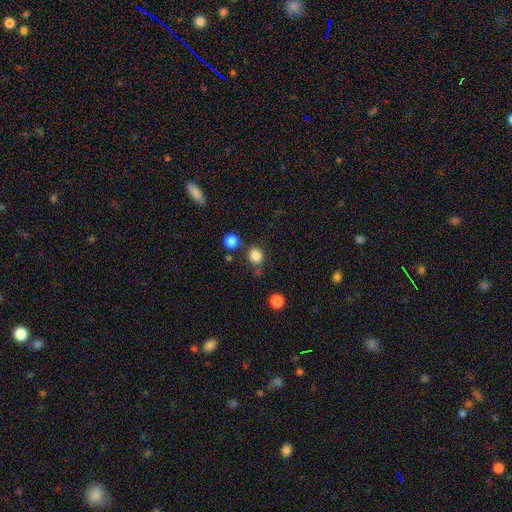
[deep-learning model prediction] This is clearly a smooth galaxy (84%). How rounded: clearly round (84%). Merging: likely none (71%).